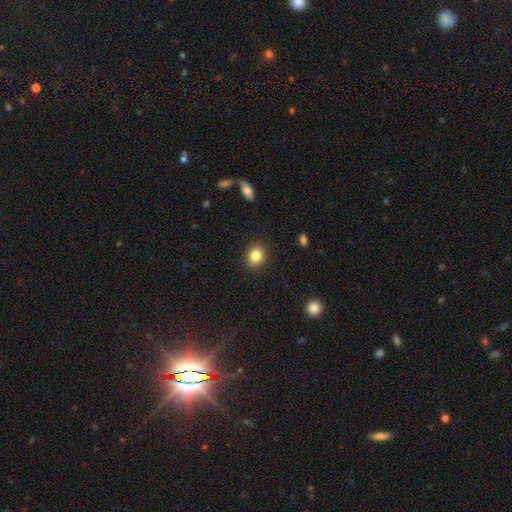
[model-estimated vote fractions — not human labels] smooth-or-featured: smooth: 84% | star or artifact: 10% | featured or disk: 6%
  how-rounded: round: 61% | in between: 38% | cigar-shaped: 1%
  merging: none: 89% | minor disturbance: 7% | major disturbance: 2% | merger: 1%